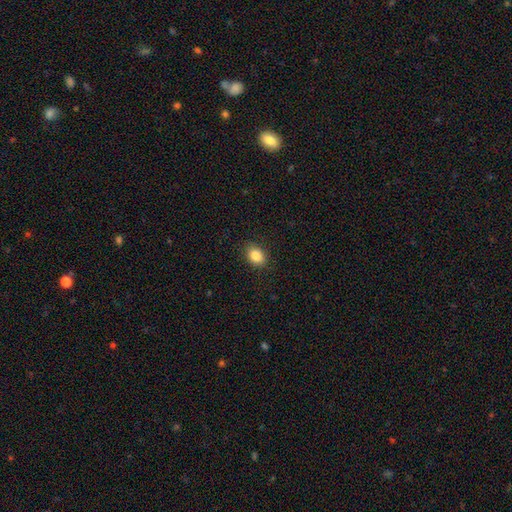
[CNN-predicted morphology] A smooth galaxy with no disk features (86%) that is in between round and cigar-shaped (74%).

Vote fractions:
- Smooth or featured? smooth: 86% / star or artifact: 9% / featured or disk: 5%
- How rounded? in between: 74% / round: 25% / cigar-shaped: 1%
- Merging? none: 87% / minor disturbance: 9% / major disturbance: 2% / merger: 1%